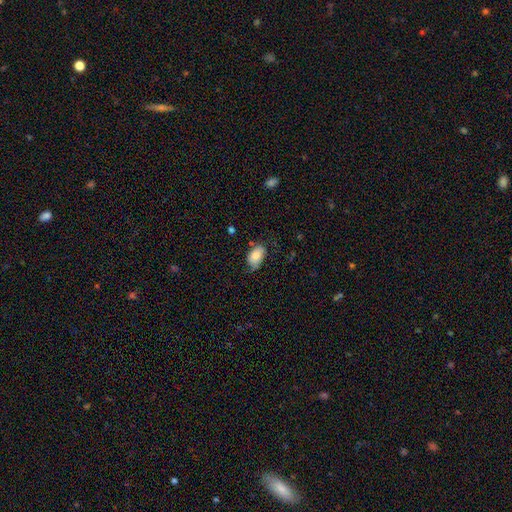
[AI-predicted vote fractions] A smooth galaxy with no disk features (82%) that is in between round and cigar-shaped (92%). Merging: none (57%).